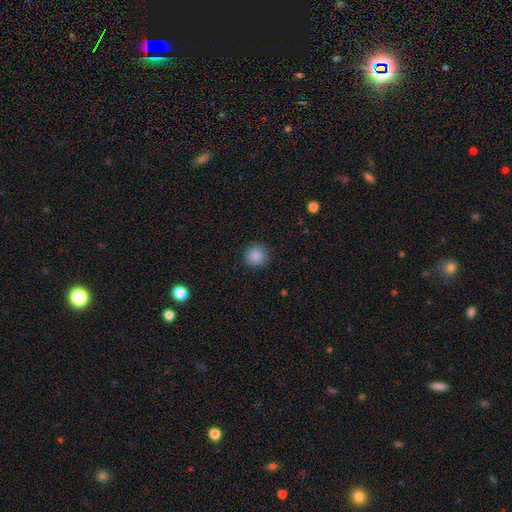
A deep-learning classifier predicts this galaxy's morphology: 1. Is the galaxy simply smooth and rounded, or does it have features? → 87% smooth, 10% star or artifact, 3% featured or disk.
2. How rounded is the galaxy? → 93% round, 6% in between, 1% cigar-shaped.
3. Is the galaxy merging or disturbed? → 90% none, 7% minor disturbance, 2% major disturbance, 1% merger.